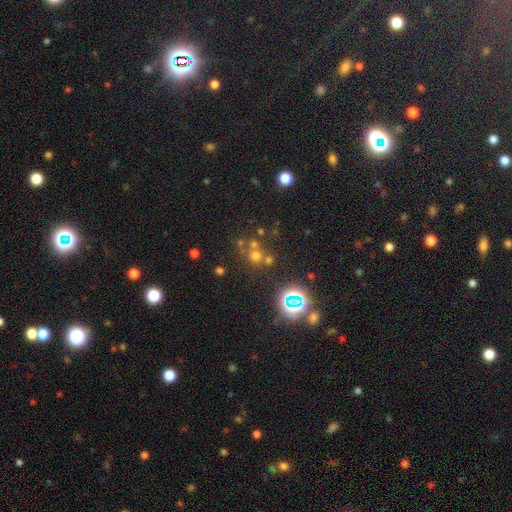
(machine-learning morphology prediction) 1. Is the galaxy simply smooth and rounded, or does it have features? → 50% smooth, 37% star or artifact, 13% featured or disk.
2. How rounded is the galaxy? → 88% round, 11% in between, 1% cigar-shaped.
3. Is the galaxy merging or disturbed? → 59% none, 26% merger, 10% minor disturbance, 5% major disturbance.